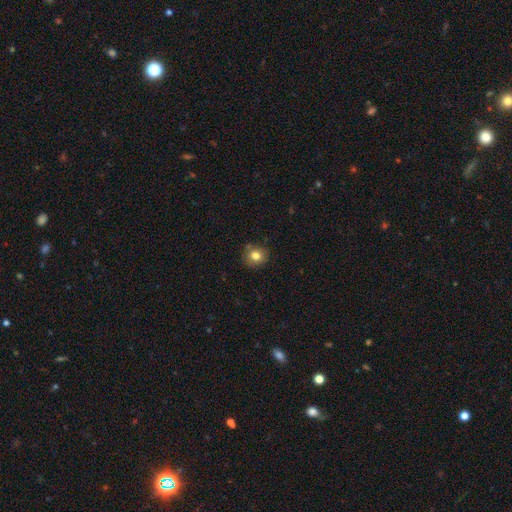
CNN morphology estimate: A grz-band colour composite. It shows a smooth galaxy with no disk features (80%) that is round (83%). Merging: none (84%).